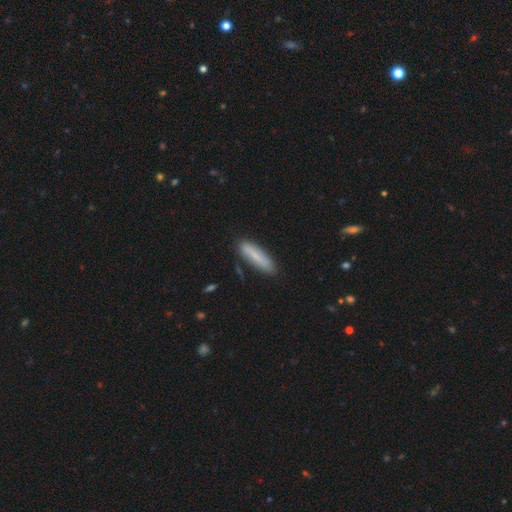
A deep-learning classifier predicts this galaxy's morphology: Smooth or featured? smooth (77%)
How rounded? cigar-shaped (72%)
Merging? none (81%)